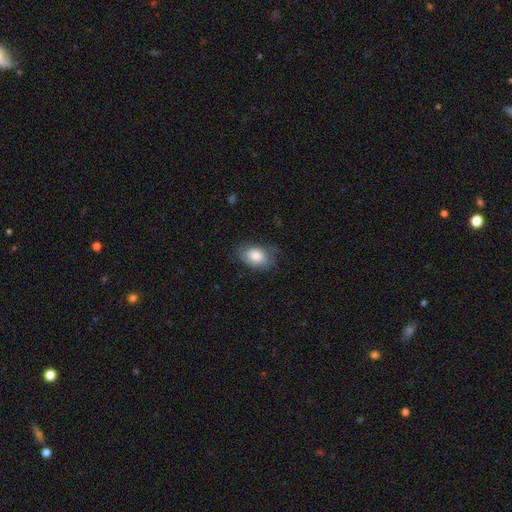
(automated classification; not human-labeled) smooth_or_featured: smooth (p=0.73) [alt: featured or disk p=0.20]
how_rounded: in between (p=0.86) [alt: round p=0.13]
merging: none (p=0.65) [alt: minor disturbance p=0.25]